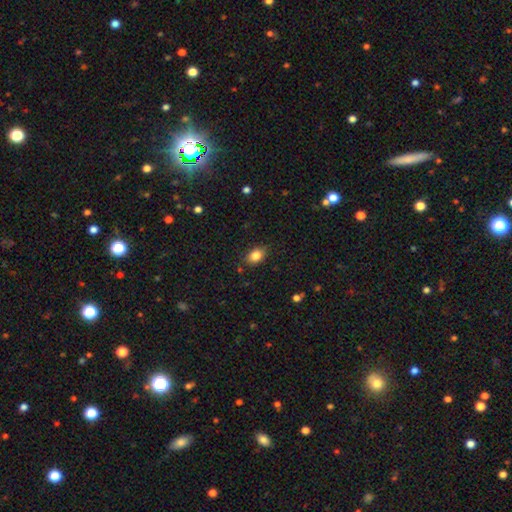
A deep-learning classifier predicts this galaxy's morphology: The model was most divided on "how rounded": in between: 78%, round: 20%, cigar-shaped: 2%. More confident: merging — none (84%); smooth or featured — smooth (84%).